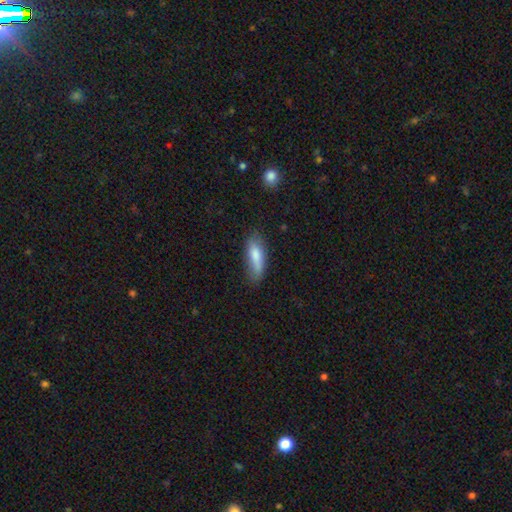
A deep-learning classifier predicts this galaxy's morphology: Smooth or featured: smooth — 79% (featured or disk — 15%)
How rounded: in between — 57% (cigar-shaped — 41%)
Merging: none — 64% (minor disturbance — 26%)